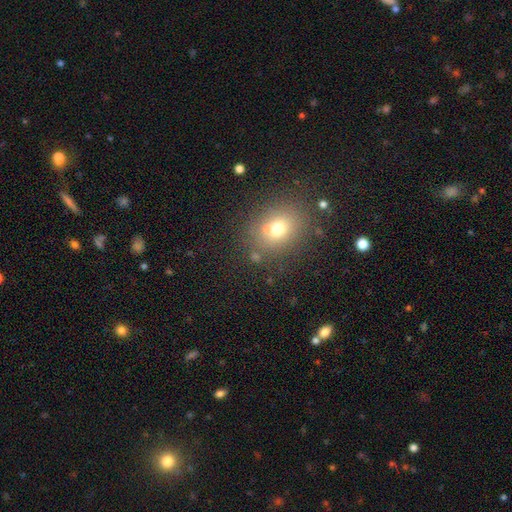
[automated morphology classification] type=smooth (62%); roundness=round (61%); merging=none (65%).